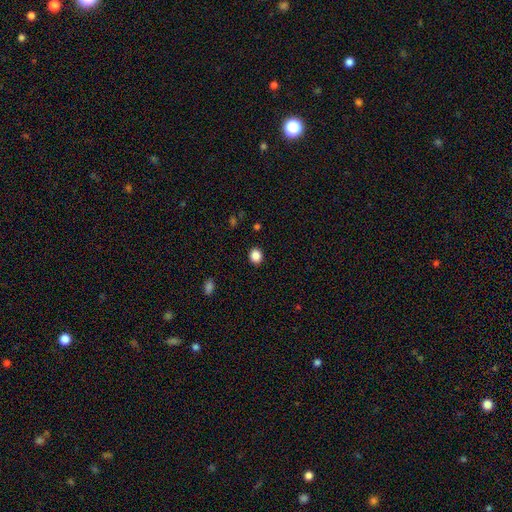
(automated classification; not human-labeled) A smooth galaxy with no disk features (87%) that is round (67%).

Vote fractions:
- Smooth or featured? smooth: 87% / star or artifact: 10% / featured or disk: 3%
- How rounded? round: 67% / in between: 32% / cigar-shaped: 1%
- Merging? none: 91% / minor disturbance: 6% / major disturbance: 2% / merger: 1%